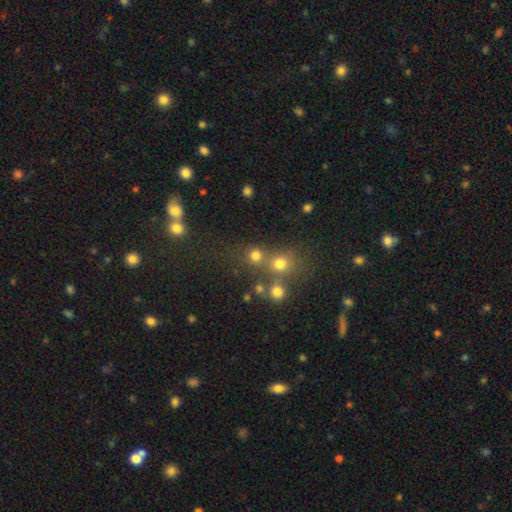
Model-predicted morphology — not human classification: Smooth or featured: smooth — 74% (star or artifact — 18%)
How rounded: round — 88% (in between — 11%)
Merging: none — 58% (merger — 30%)